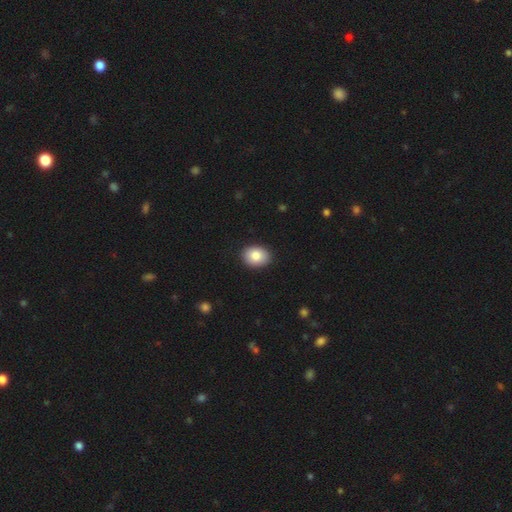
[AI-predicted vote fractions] This appears to be a smooth galaxy with no disk features (85%) that is in between round and cigar-shaped (66%). Merging: none (90%).